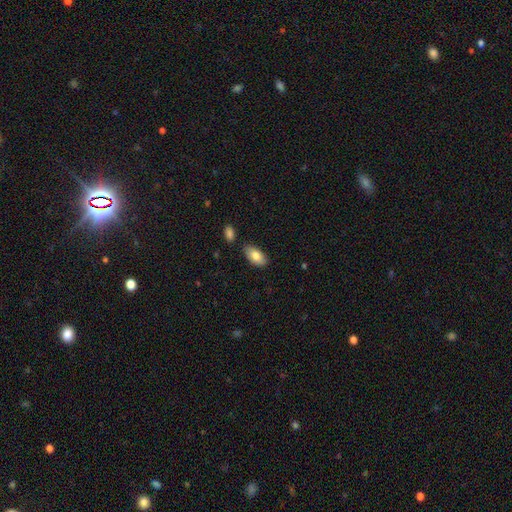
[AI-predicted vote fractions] The model was most divided on "smooth or featured": smooth: 80%, featured or disk: 13%, star or artifact: 6%. More confident: how rounded — in between (94%); merging — none (82%).